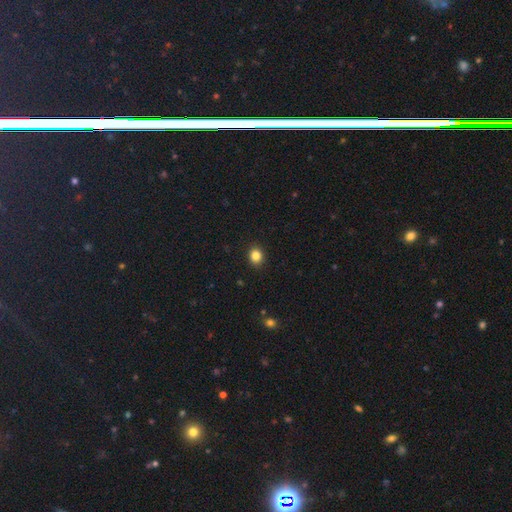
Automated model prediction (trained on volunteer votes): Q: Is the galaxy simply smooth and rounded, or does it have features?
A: smooth — 84%.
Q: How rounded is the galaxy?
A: round — 67%.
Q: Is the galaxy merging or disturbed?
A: none — 91%.